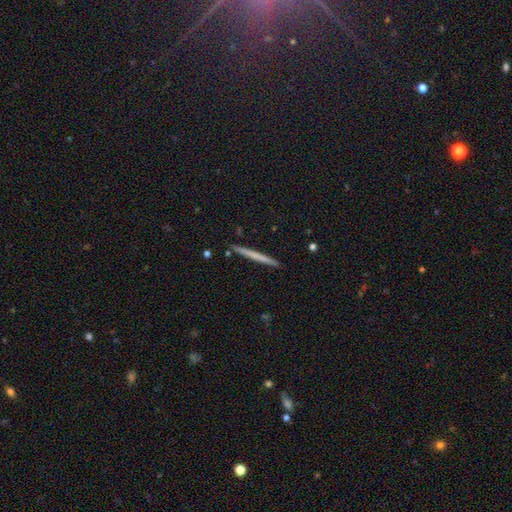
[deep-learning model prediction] Smooth or featured: smooth — 56% (featured or disk — 38%)
How rounded: cigar-shaped — 97% (in between — 2%)
Merging: none — 92% (minor disturbance — 6%)